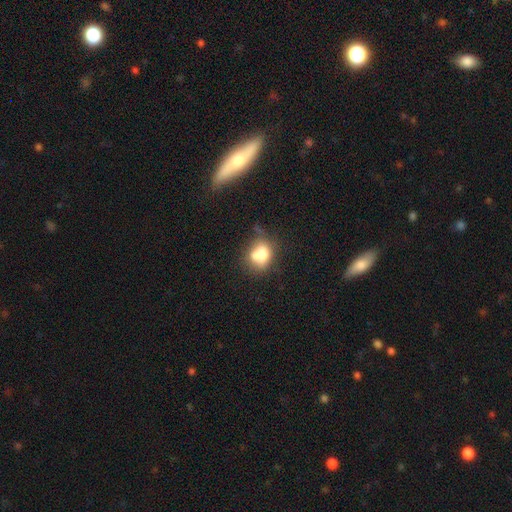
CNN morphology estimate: Smooth or featured?
  - smooth: 68% *
  - featured or disk: 20%
  - star or artifact: 11%
How rounded?
  - round: 52% *
  - in between: 46%
  - cigar-shaped: 1%
Merging?
  - merger: 41% *
  - none: 35%
  - minor disturbance: 16%
  - major disturbance: 8%